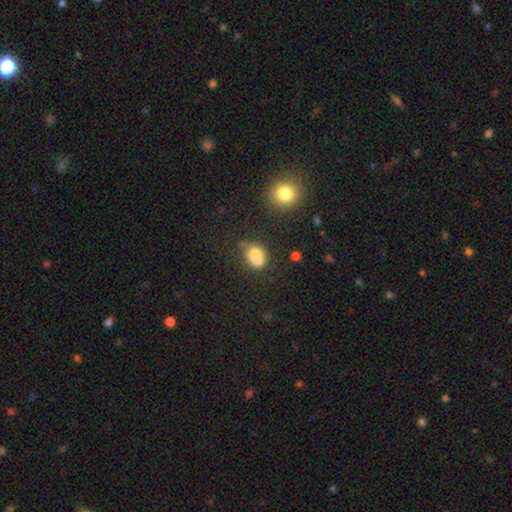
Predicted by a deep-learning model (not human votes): A smooth galaxy with no disk features (72%) that is in between round and cigar-shaped (52%).

Vote fractions:
- Smooth or featured? smooth: 72% / featured or disk: 16% / star or artifact: 12%
- How rounded? in between: 52% / round: 46% / cigar-shaped: 2%
- Merging? none: 37% / merger: 33% / minor disturbance: 20% / major disturbance: 10%